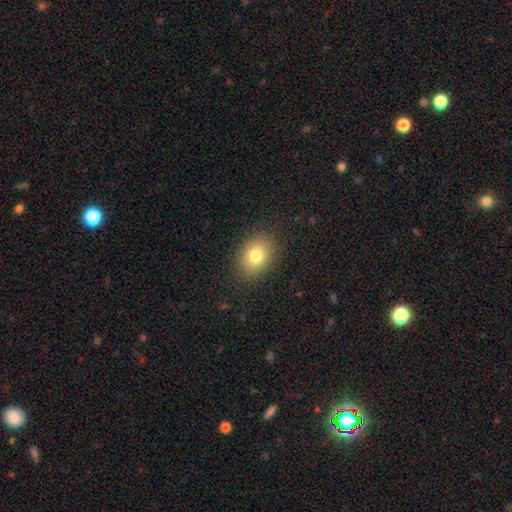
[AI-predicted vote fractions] smooth-or-featured: smooth: 79% | star or artifact: 11% | featured or disk: 10%
  how-rounded: in between: 65% | round: 33% | cigar-shaped: 1%
  merging: none: 87% | minor disturbance: 9% | major disturbance: 3% | merger: 1%